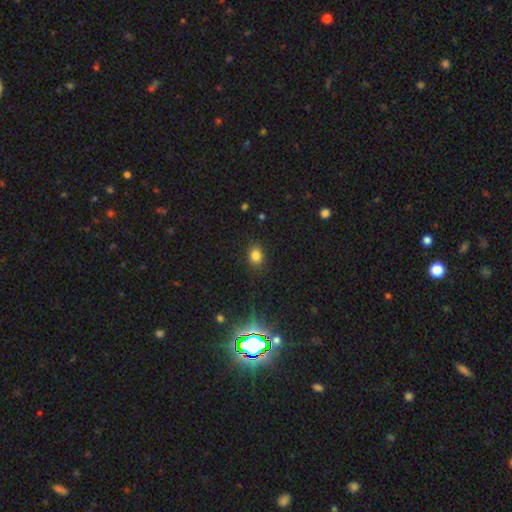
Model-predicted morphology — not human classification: Smooth or featured: smooth — 80% (star or artifact — 15%)
How rounded: in between — 51% (round — 47%)
Merging: none — 87% (minor disturbance — 10%)